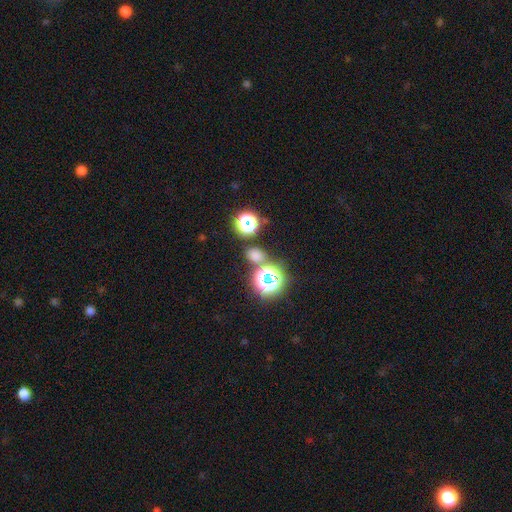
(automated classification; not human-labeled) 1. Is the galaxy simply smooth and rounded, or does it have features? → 55% smooth, 38% star or artifact, 7% featured or disk.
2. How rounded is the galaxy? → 69% round, 30% in between, 2% cigar-shaped.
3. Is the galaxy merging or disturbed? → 71% none, 16% merger, 9% minor disturbance, 4% major disturbance.